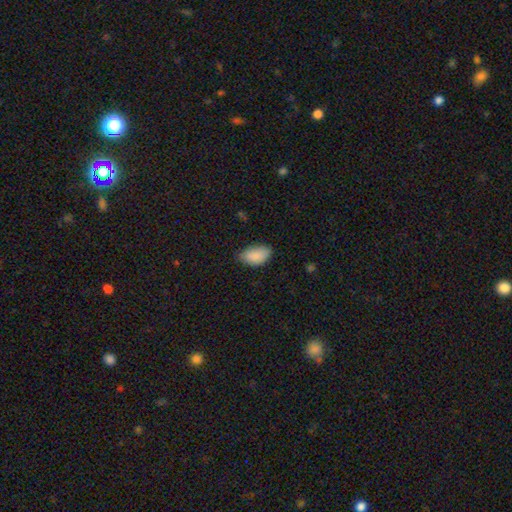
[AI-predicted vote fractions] smooth 89%, star or artifact 7%, featured or disk 5%. Down the decision tree: how rounded — in between (94%); merging — none (73%).